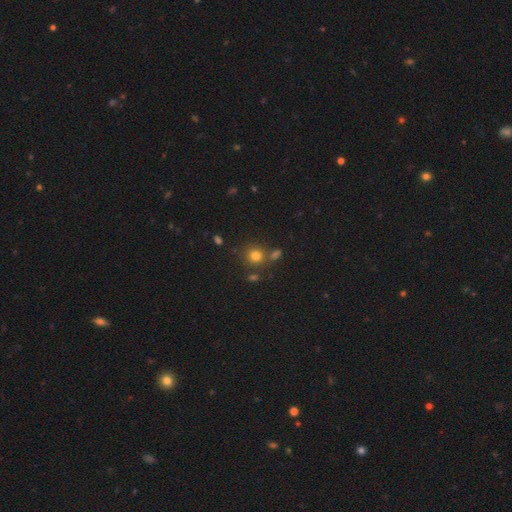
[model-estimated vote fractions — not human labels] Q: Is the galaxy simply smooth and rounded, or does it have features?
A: smooth — 77%.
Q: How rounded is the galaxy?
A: round — 87%.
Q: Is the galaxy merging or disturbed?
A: none — 73%.